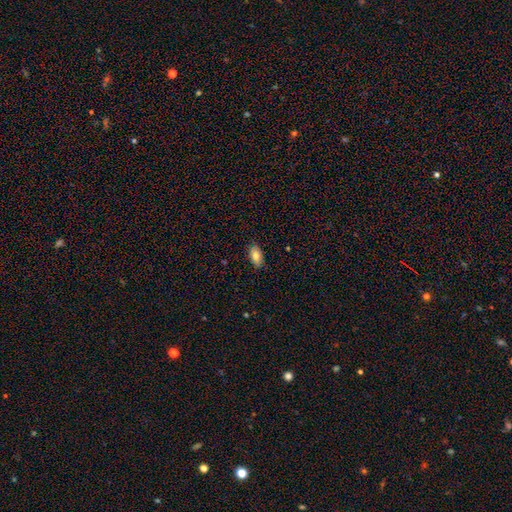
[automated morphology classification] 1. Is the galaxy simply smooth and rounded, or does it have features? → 80% smooth, 13% featured or disk, 8% star or artifact.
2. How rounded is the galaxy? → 91% in between, 6% cigar-shaped, 4% round.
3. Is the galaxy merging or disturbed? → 86% none, 11% minor disturbance, 2% major disturbance, 1% merger.